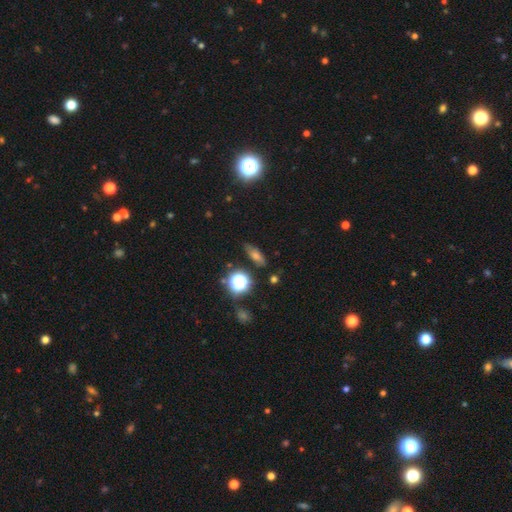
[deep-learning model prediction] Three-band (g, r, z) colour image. It shows a smooth galaxy with no disk features (48%). Merging: none (82%).